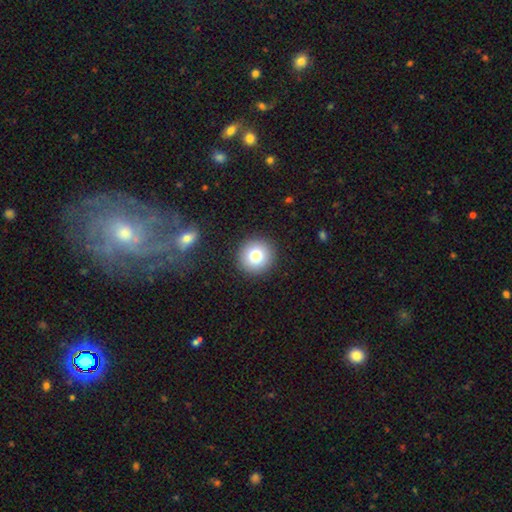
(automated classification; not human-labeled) smooth_or_featured: smooth (p=0.78) [alt: featured or disk p=0.11]
how_rounded: round (p=0.95) [alt: in between p=0.04]
merging: none (p=0.91) [alt: minor disturbance p=0.05]